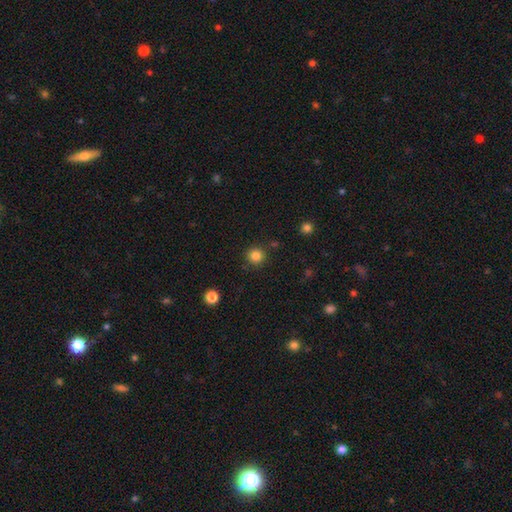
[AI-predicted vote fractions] A smooth galaxy with no disk features (84%) that is round (94%).

Vote fractions:
- Smooth or featured? smooth: 84% / star or artifact: 12% / featured or disk: 4%
- How rounded? round: 94% / in between: 5% / cigar-shaped: 1%
- Merging? none: 88% / minor disturbance: 7% / merger: 3% / major disturbance: 2%